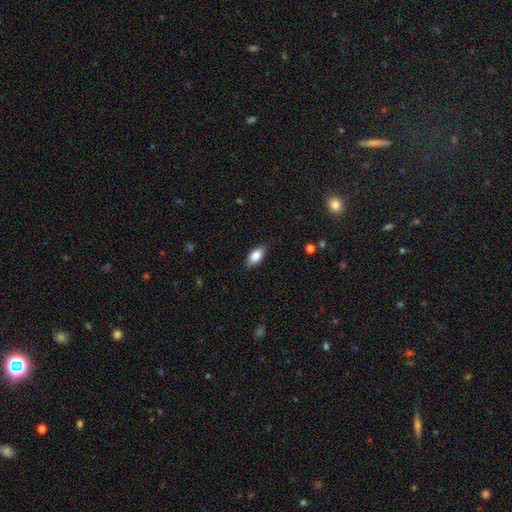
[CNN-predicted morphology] smooth 84%, featured or disk 9%, star or artifact 7%. Down the decision tree: how rounded — in between (89%); merging — none (85%).